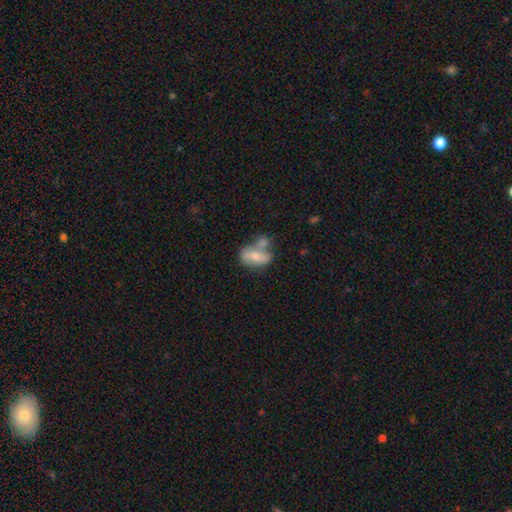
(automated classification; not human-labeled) Overall: smooth (51%; featured or disk 41%). How rounded: in between (83%). Merging: merger (39%; none 34%).